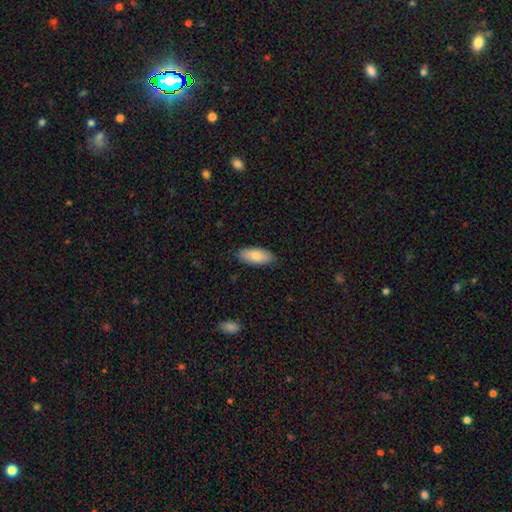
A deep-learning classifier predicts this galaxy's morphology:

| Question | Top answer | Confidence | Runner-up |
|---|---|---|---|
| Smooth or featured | smooth | 80% | featured or disk (14%) |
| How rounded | in between | 86% | cigar-shaped (12%) |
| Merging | none | 86% | minor disturbance (11%) |